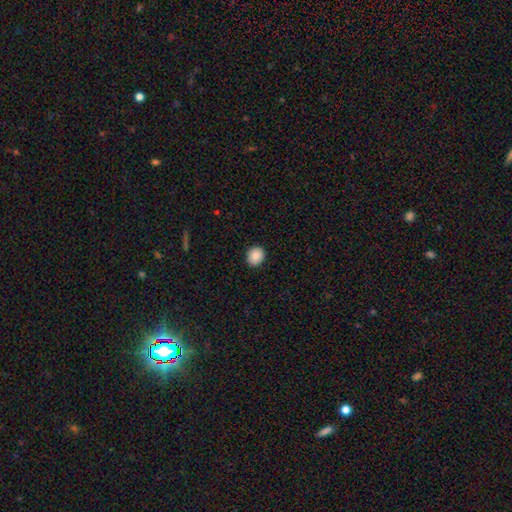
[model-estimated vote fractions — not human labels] Smooth or featured? Predicted: smooth (p=0.82). How rounded? Predicted: round (p=0.76). Merging? Predicted: none (p=0.90).